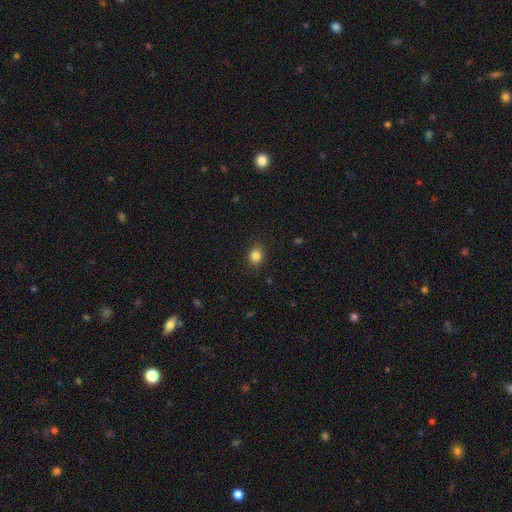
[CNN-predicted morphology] This appears to be a smooth galaxy with no disk features (84%) that is round (51%). Merging: none (86%).